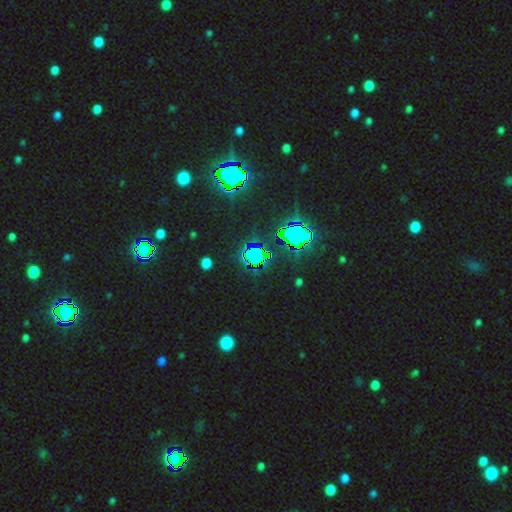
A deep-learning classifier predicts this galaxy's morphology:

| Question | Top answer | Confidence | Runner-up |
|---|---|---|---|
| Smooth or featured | star or artifact | 82% | smooth (11%) |